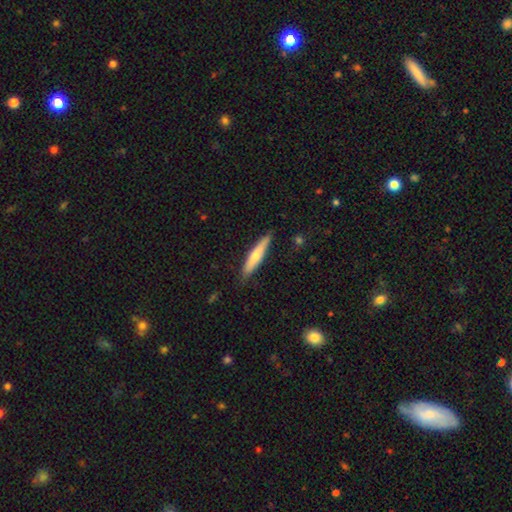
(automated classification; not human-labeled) smooth 63%, featured or disk 32%, star or artifact 5%. Down the decision tree: how rounded — cigar-shaped (88%); merging — none (85%).